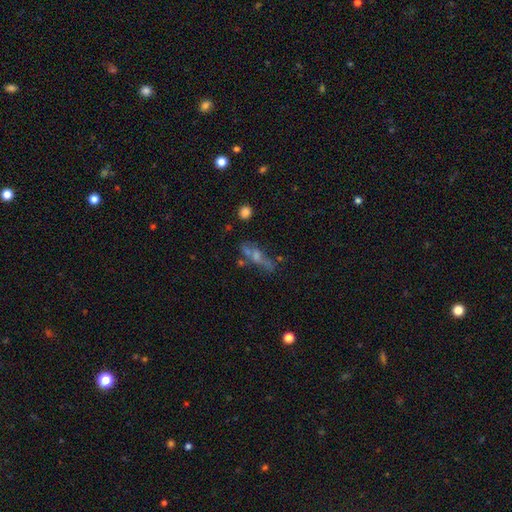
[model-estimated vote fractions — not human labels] smooth-or-featured: featured or disk: 48% | smooth: 34% | star or artifact: 18%
  merging: none: 46% | minor disturbance: 19% | merger: 18% | major disturbance: 17%